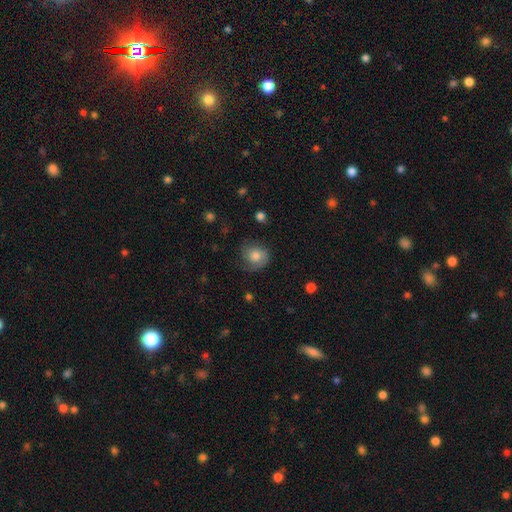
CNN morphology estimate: A smooth galaxy with no disk features (63%) that is round (79%).

Vote fractions:
- Smooth or featured? smooth: 63% / featured or disk: 29% / star or artifact: 8%
- How rounded? round: 79% / in between: 20% / cigar-shaped: 1%
- Merging? none: 65% / minor disturbance: 23% / major disturbance: 11% / merger: 1%